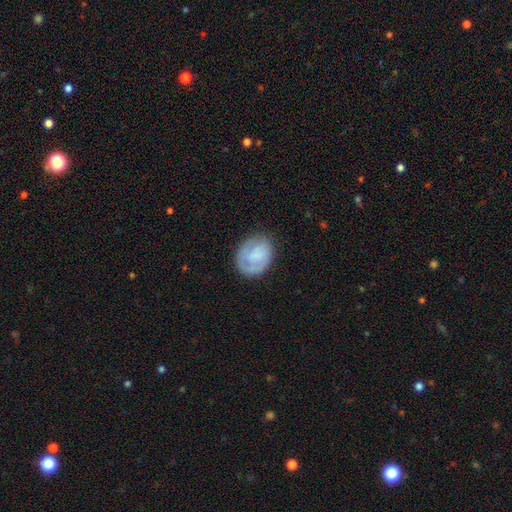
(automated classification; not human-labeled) Smooth or featured?
  - smooth: 51% *
  - featured or disk: 42%
  - star or artifact: 7%
How rounded?
  - in between: 52% *
  - round: 47%
  - cigar-shaped: 1%
Merging?
  - none: 69% *
  - minor disturbance: 20%
  - major disturbance: 10%
  - merger: 1%